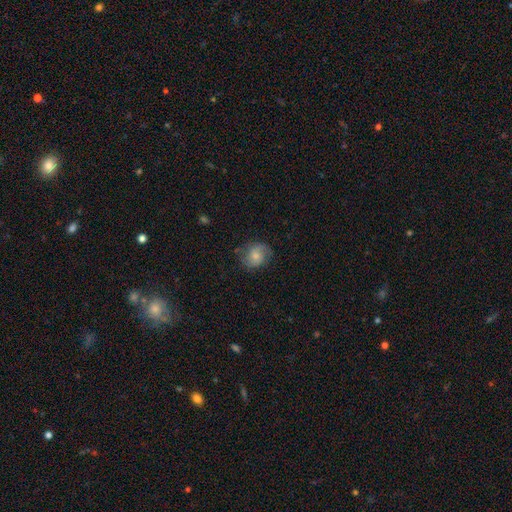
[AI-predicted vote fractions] Smooth or featured?
  - smooth: 55% *
  - featured or disk: 37%
  - star or artifact: 8%
How rounded?
  - round: 65% *
  - in between: 34%
  - cigar-shaped: 1%
Merging?
  - none: 70% *
  - minor disturbance: 21%
  - major disturbance: 7%
  - merger: 1%